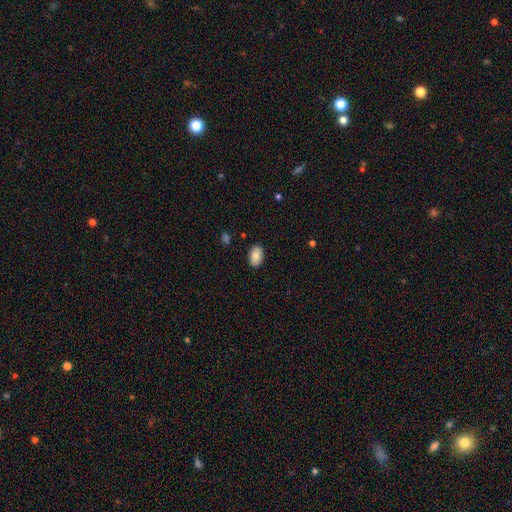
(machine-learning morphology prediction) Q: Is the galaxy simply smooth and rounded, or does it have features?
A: smooth — 87%.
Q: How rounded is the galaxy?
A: in between — 91%.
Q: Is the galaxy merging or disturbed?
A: none — 87%.